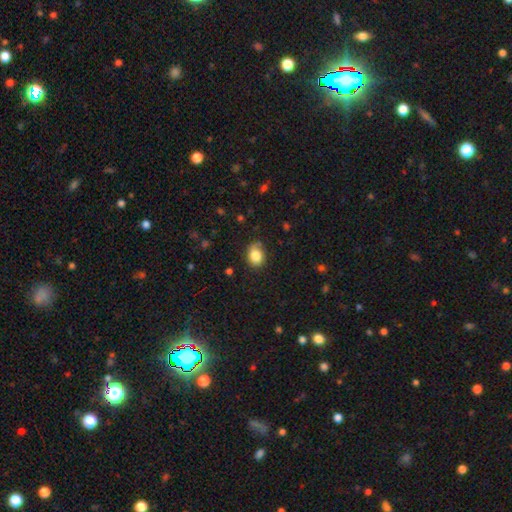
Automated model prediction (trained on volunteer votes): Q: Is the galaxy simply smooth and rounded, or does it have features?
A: smooth — 83%.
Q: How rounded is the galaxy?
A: in between — 55%.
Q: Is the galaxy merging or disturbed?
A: none — 71%.